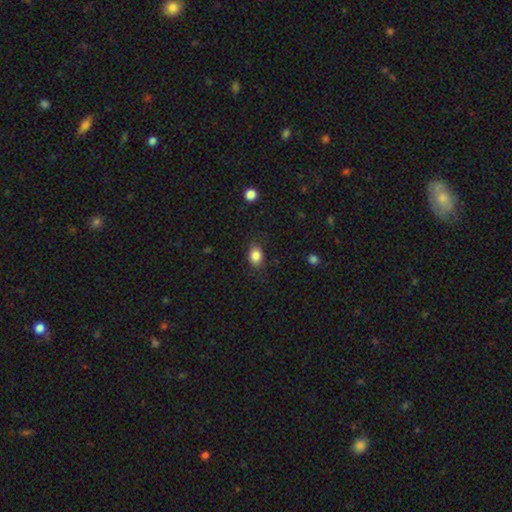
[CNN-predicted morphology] Smooth or featured? smooth (85%)
How rounded? in between (63%)
Merging? none (79%)